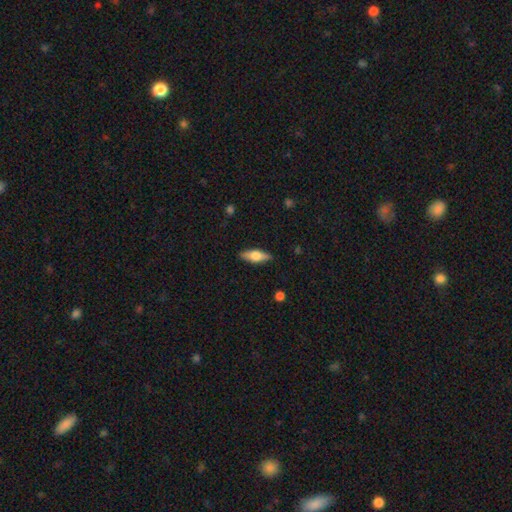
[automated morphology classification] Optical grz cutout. It shows a smooth galaxy with no disk features (50%) that is in between round and cigar-shaped (64%). Merging: none (88%).